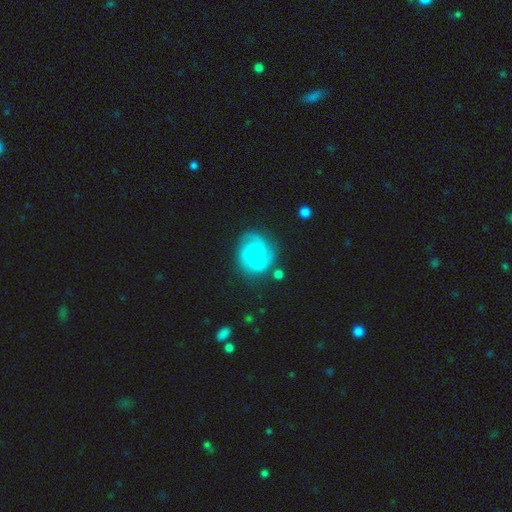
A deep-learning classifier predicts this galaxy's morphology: Smooth or featured? Predicted: featured or disk (p=0.81). Edge-on disk? Predicted: no (p=0.98). Bar? Predicted: weak (p=0.49). Spiral arms? Predicted: yes (p=0.97). Spiral winding? Predicted: medium (p=0.47). Spiral arm count? Predicted: 3 (p=0.43). Bulge size? Predicted: small (p=0.53). Merging? Predicted: none (p=0.75).